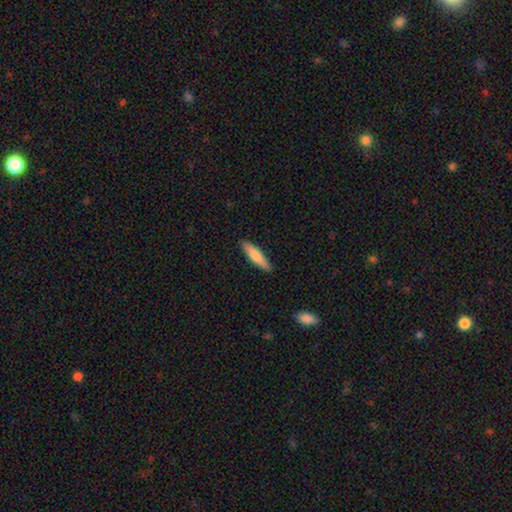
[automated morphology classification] Smooth or featured? smooth (71%)
How rounded? cigar-shaped (81%)
Merging? none (90%)